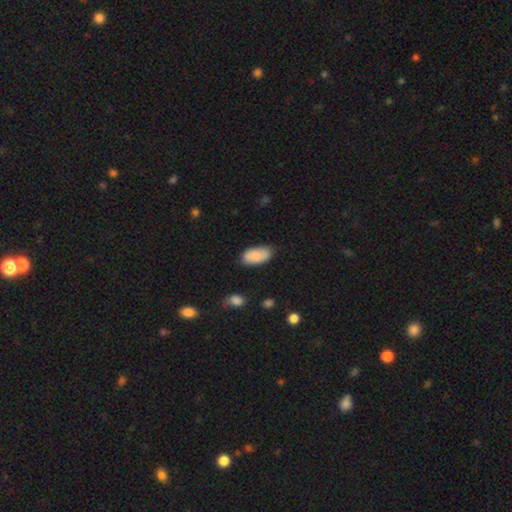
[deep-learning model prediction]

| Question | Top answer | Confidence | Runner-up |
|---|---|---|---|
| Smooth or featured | smooth | 80% | featured or disk (14%) |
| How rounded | in between | 94% | cigar-shaped (3%) |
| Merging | none | 71% | minor disturbance (22%) |